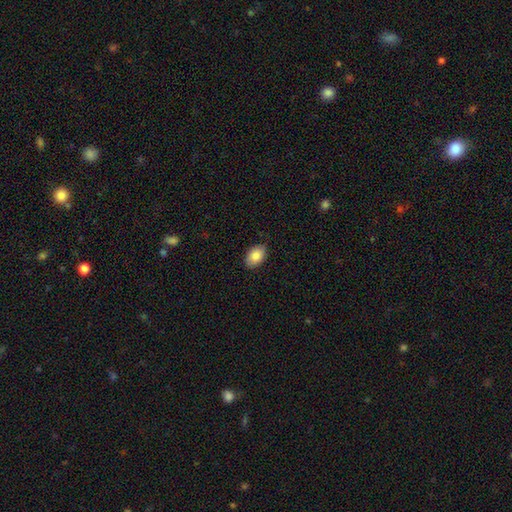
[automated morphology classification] Smooth or featured?
  - smooth: 85% *
  - featured or disk: 8%
  - star or artifact: 7%
How rounded?
  - in between: 87% *
  - round: 12%
  - cigar-shaped: 1%
Merging?
  - none: 83% *
  - minor disturbance: 13%
  - major disturbance: 2%
  - merger: 1%